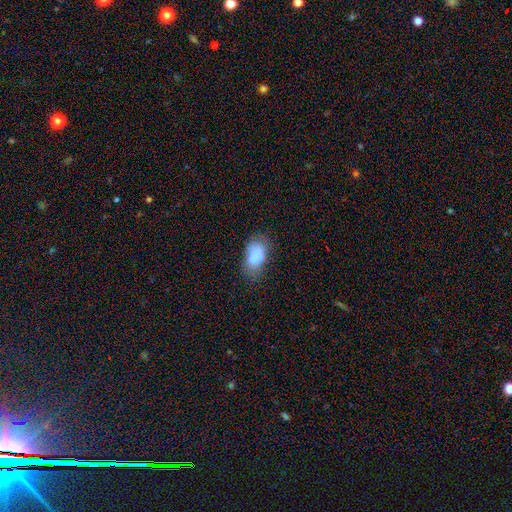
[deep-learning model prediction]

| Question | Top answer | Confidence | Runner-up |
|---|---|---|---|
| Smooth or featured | smooth | 82% | featured or disk (10%) |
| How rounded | in between | 91% | round (7%) |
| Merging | none | 55% | minor disturbance (30%) |